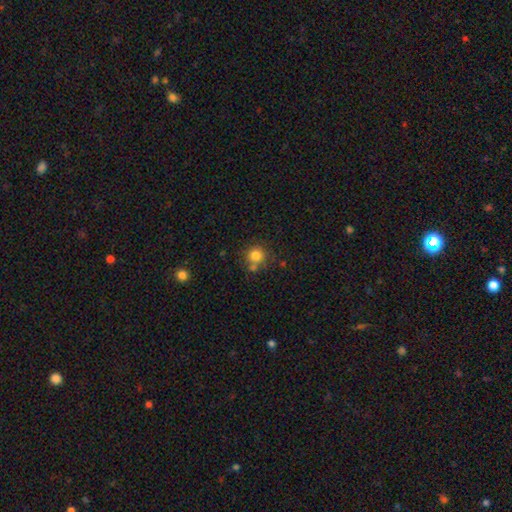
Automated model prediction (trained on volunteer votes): Smooth or featured: smooth — 80% (star or artifact — 11%)
How rounded: round — 91% (in between — 8%)
Merging: none — 65% (merger — 18%)